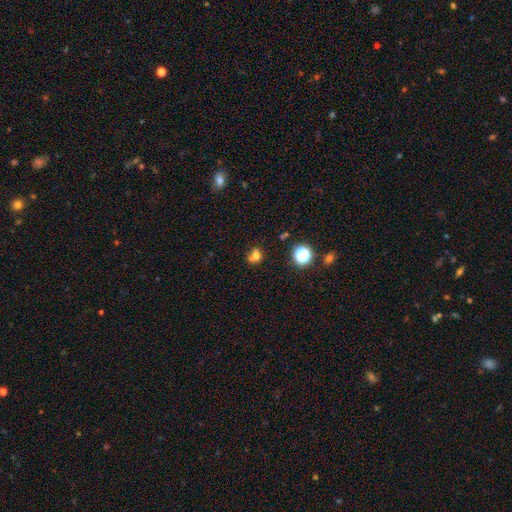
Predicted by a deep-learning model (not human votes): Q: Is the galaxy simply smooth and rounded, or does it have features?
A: smooth — 69%.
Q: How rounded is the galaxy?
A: round — 62%.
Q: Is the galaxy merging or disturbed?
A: none — 40%.